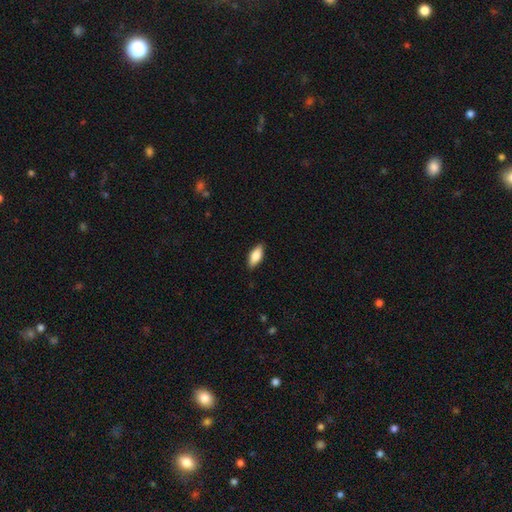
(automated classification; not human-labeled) This is clearly a smooth galaxy (81%). How rounded: clearly in between (83%). Merging: clearly none (88%).